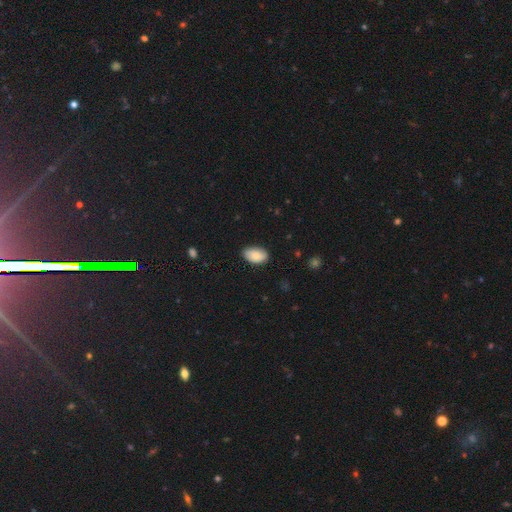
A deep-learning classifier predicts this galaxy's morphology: type=smooth (81%); roundness=in between (93%); merging=none (80%).